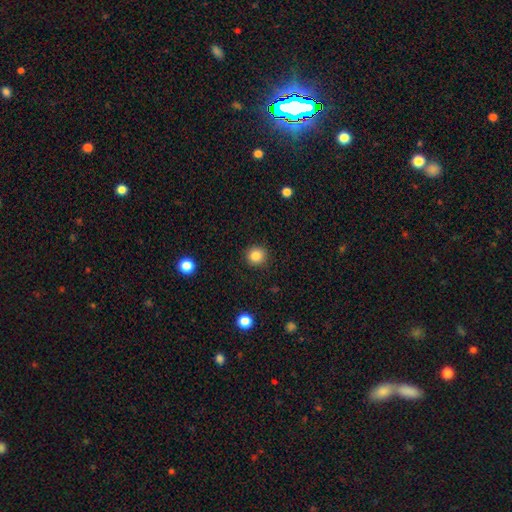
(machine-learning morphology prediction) Q: Smooth or featured?
A: smooth (85%); runner-up: star or artifact (10%)
Q: How rounded?
A: round (93%); runner-up: in between (6%)
Q: Merging?
A: none (91%); runner-up: minor disturbance (6%)